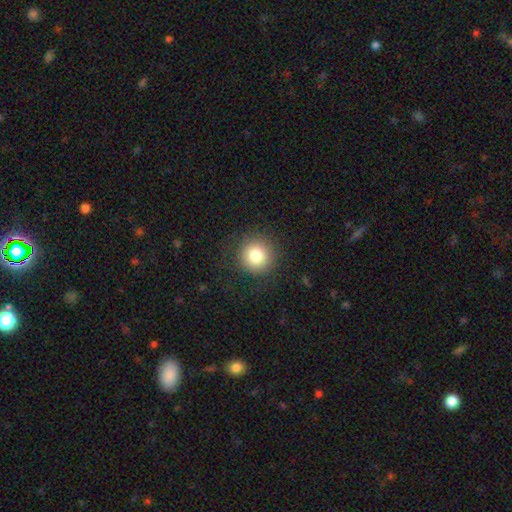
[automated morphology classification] Q: Smooth or featured?
A: smooth (82%); runner-up: star or artifact (10%)
Q: How rounded?
A: round (94%); runner-up: in between (5%)
Q: Merging?
A: none (87%); runner-up: minor disturbance (8%)